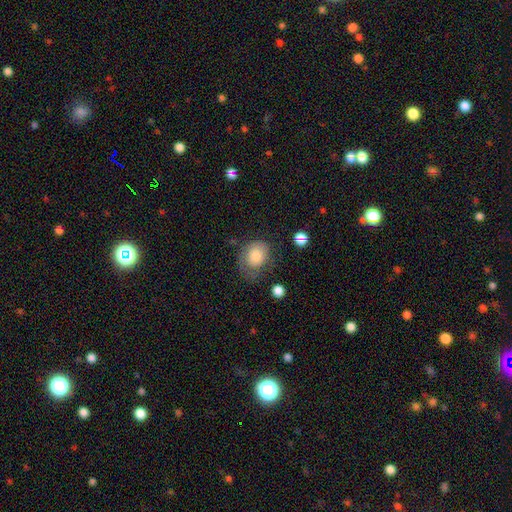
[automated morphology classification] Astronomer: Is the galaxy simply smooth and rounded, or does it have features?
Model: smooth — 74%.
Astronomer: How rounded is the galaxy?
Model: round — 55% (runner-up: in between, 44%).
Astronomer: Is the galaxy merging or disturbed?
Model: none — 46% (runner-up: minor disturbance, 29%).